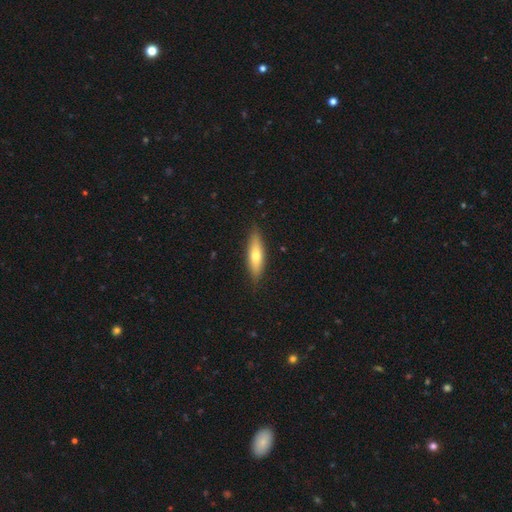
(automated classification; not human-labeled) Q: Smooth or featured?
A: smooth (61%); runner-up: featured or disk (33%)
Q: How rounded?
A: cigar-shaped (64%); runner-up: in between (34%)
Q: Merging?
A: none (87%); runner-up: minor disturbance (10%)